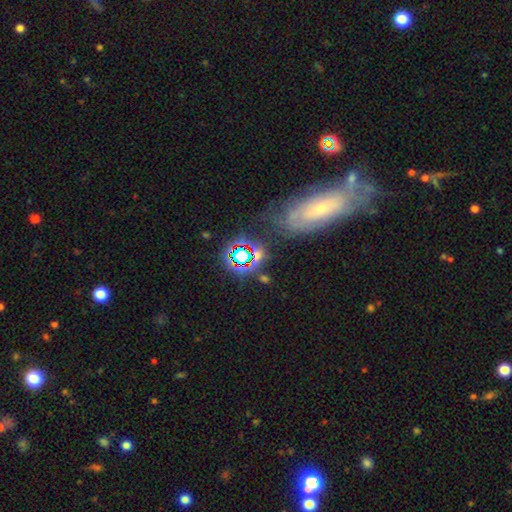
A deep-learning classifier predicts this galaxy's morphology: This appears to be a star or artifact, not a galaxy (60%).